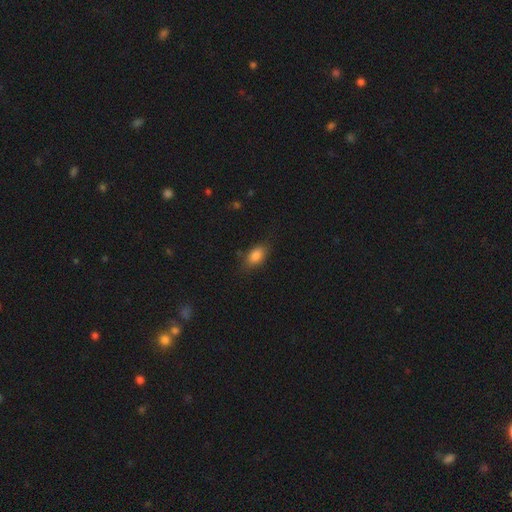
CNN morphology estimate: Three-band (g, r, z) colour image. It shows a smooth galaxy with no disk features (84%) that is in between round and cigar-shaped (87%). Merging: none (76%).